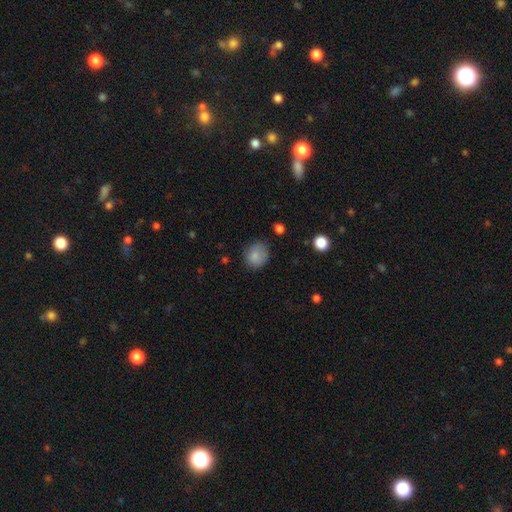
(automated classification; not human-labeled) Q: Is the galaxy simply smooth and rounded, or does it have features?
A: smooth — 84%.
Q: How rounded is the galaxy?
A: round — 69%.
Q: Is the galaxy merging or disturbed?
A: none — 72%.